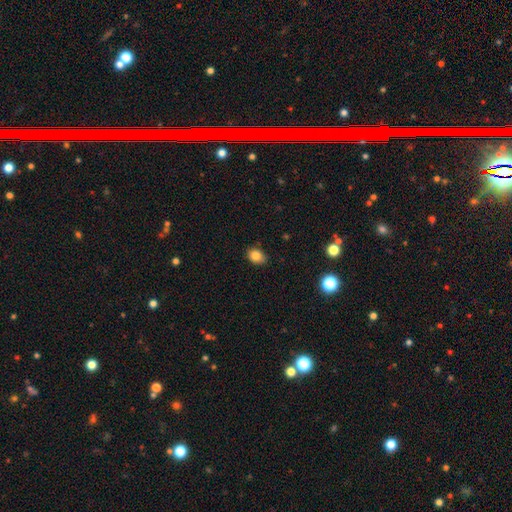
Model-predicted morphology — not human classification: type=smooth (83%); roundness=in between (65%); merging=none (82%).